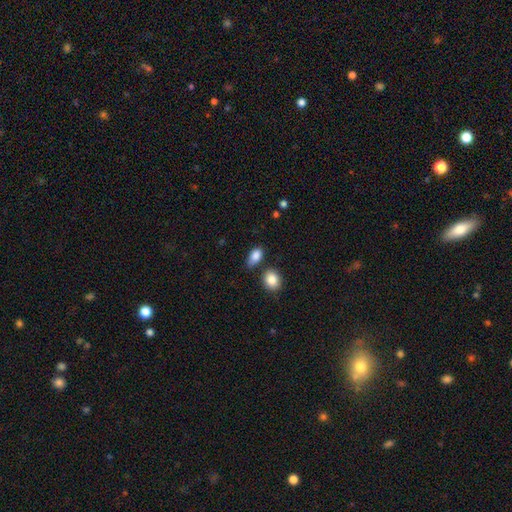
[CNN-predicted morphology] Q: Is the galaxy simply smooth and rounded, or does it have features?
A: smooth — 86%.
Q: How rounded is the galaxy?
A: in between — 84%.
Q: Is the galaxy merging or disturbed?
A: none — 57%.